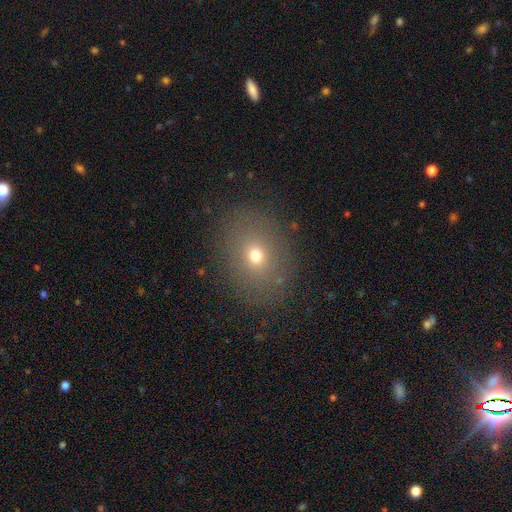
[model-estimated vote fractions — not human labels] Overall: smooth (68%). How rounded: in between (52%; round 47%). Merging: none (85%).